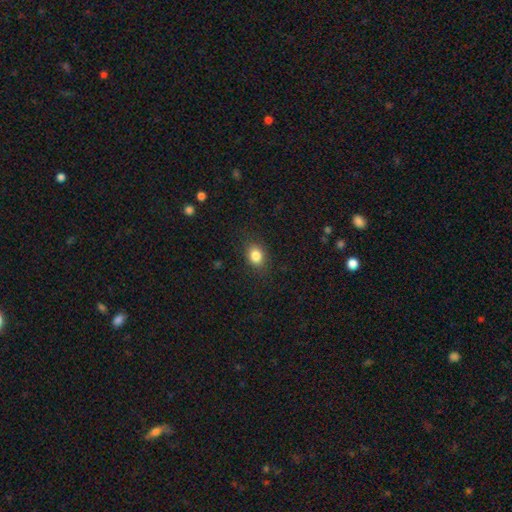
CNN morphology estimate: A smooth galaxy with no disk features (84%) that is in between round and cigar-shaped (58%). Merging: none (85%).